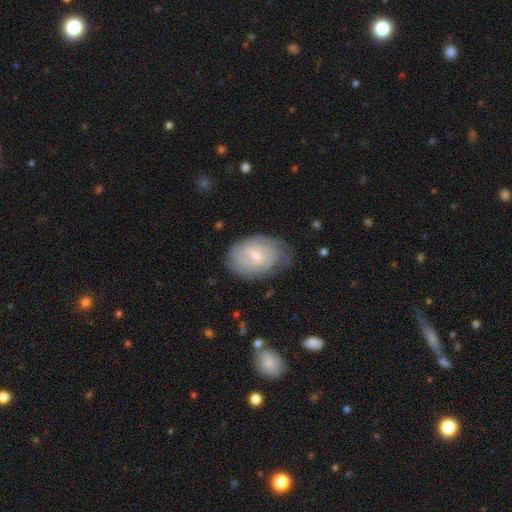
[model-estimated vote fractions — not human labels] Morphology: type=featured or disk (63%); edge-on=no (96%); bar=no (61%); spiral arms=yes (81%); bulge=small (61%); merging=none (69%).